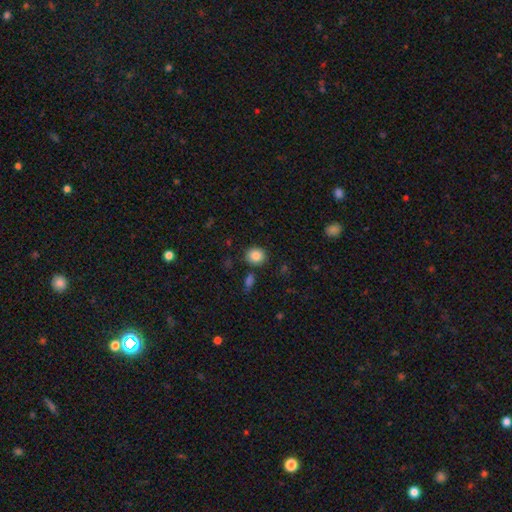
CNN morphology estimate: This is clearly a smooth galaxy (86%). How rounded: clearly round (80%). Merging: clearly none (85%).